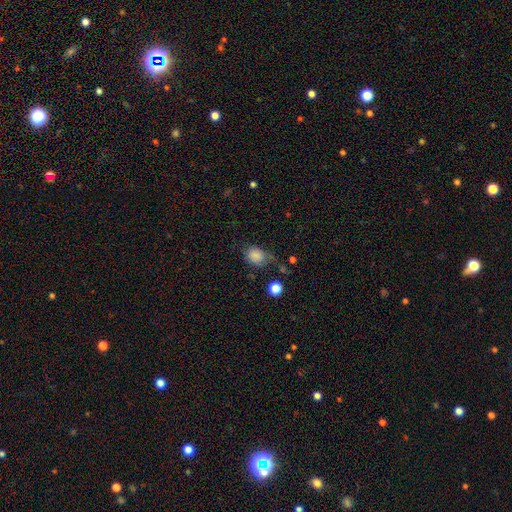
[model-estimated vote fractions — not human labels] smooth 82%, star or artifact 10%, featured or disk 7%. Down the decision tree: how rounded — in between (56%); merging — none (48%).